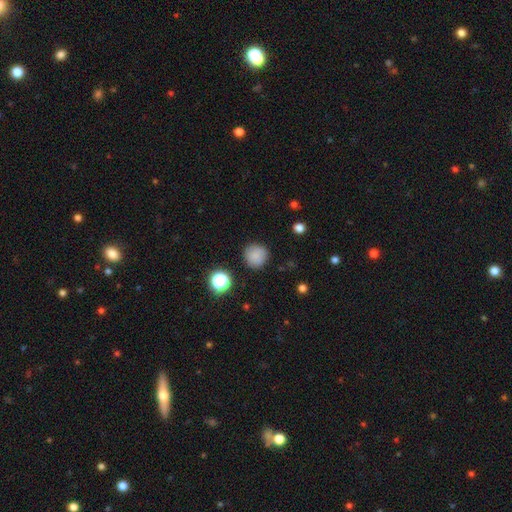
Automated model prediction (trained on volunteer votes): smooth-or-featured: smooth: 82% | star or artifact: 12% | featured or disk: 6%
  how-rounded: round: 95% | in between: 5% | cigar-shaped: 1%
  merging: none: 87% | minor disturbance: 9% | major disturbance: 3% | merger: 2%